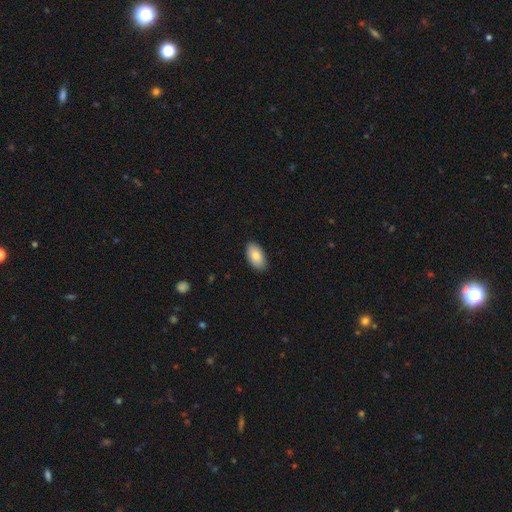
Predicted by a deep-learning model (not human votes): smooth_or_featured: smooth (p=0.82) [alt: featured or disk p=0.11]
how_rounded: in between (p=0.95) [alt: round p=0.03]
merging: none (p=0.88) [alt: minor disturbance p=0.09]